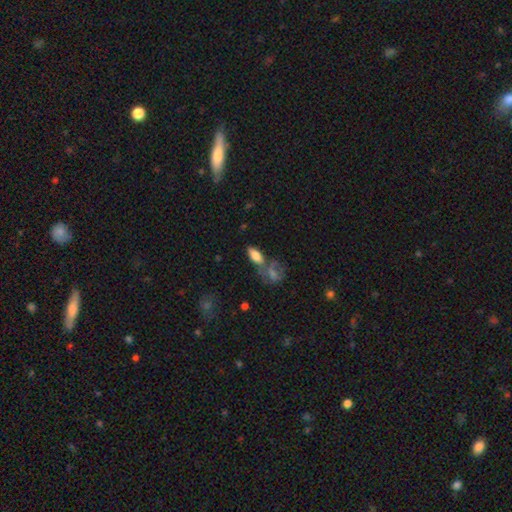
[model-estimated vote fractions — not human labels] Smooth or featured? smooth (78%)
How rounded? in between (86%)
Merging? none (48%)